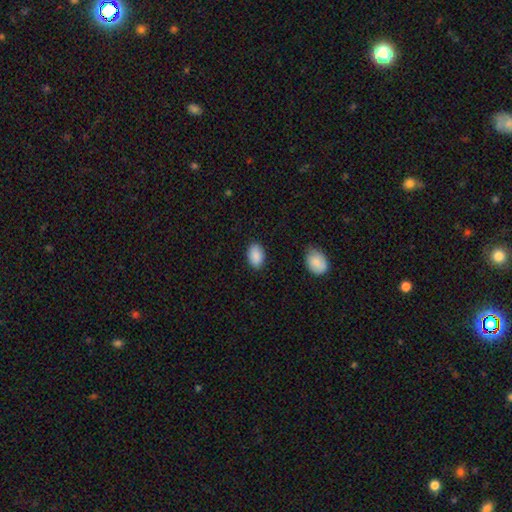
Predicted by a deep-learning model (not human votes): Overall: smooth (89%). How rounded: in between (89%). Merging: none (86%).